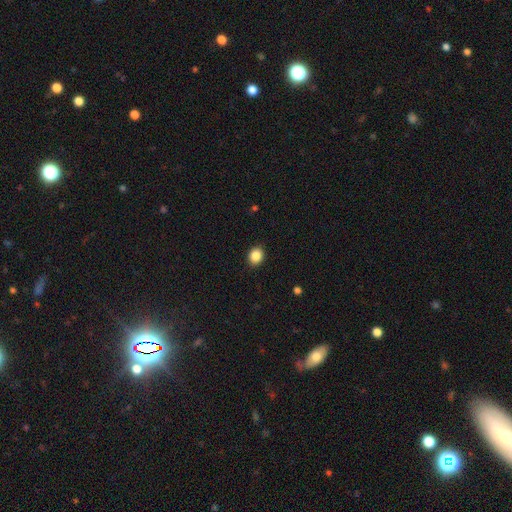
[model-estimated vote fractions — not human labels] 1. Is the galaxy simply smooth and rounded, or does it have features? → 87% smooth, 9% star or artifact, 4% featured or disk.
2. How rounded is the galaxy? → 56% round, 43% in between, 1% cigar-shaped.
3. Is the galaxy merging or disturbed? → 91% none, 7% minor disturbance, 2% major disturbance, 1% merger.